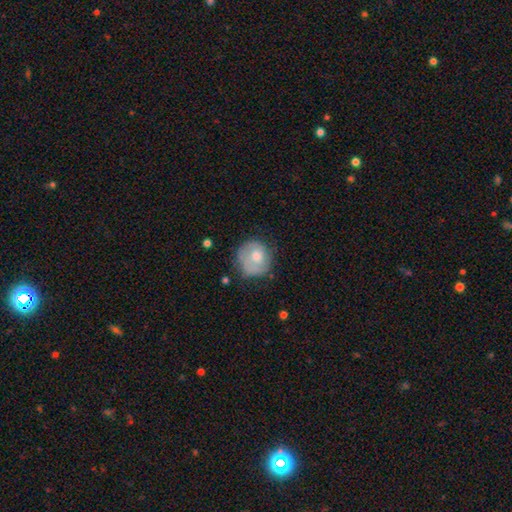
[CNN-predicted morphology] This is possibly a smooth galaxy (59%). How rounded: clearly round (83%). Merging: possibly none (59%).